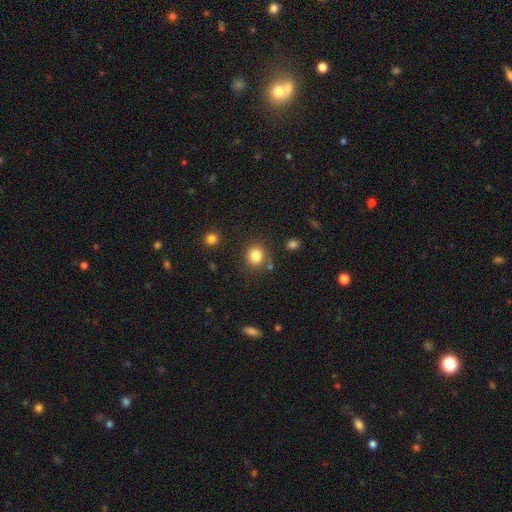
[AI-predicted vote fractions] Smooth or featured? smooth (83%)
How rounded? round (81%)
Merging? none (82%)